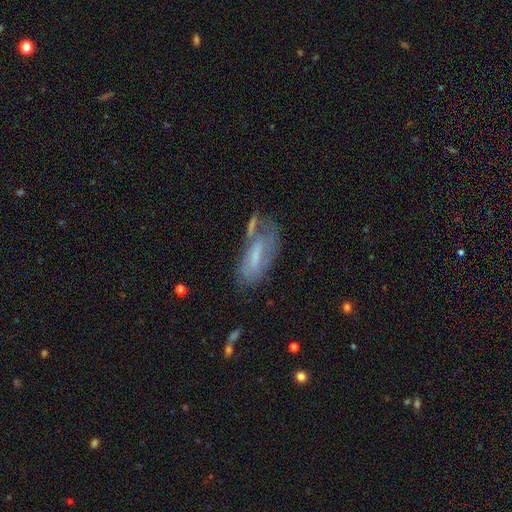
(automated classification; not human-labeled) featured or disk 49%, smooth 41%, star or artifact 10%. Down the decision tree: merging — none (40%).